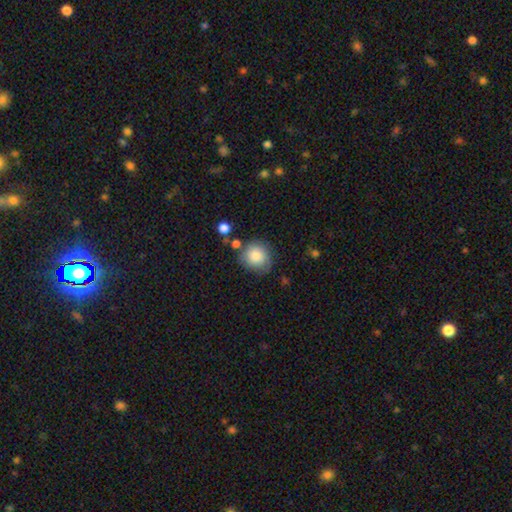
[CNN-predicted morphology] type=smooth (84%); roundness=round (87%); merging=none (73%).